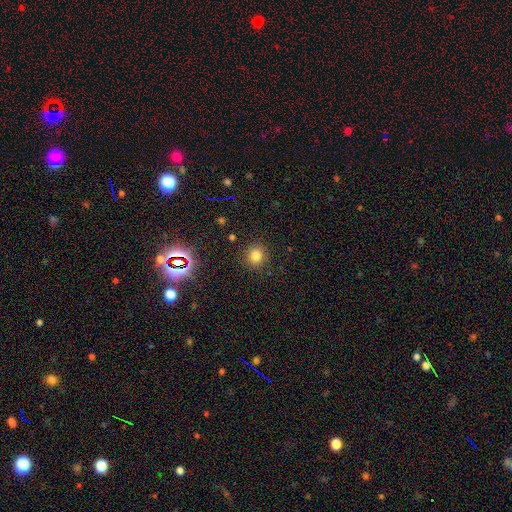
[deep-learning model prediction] Overall: smooth (78%). How rounded: round (89%). Merging: none (90%).